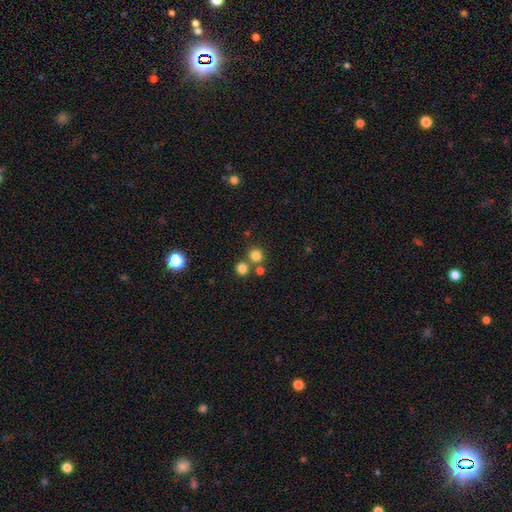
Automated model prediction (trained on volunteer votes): The model was most divided on "merging": none: 69%, merger: 22%, minor disturbance: 6%, major disturbance: 3%. More confident: how rounded — round (92%); smooth or featured — smooth (79%).